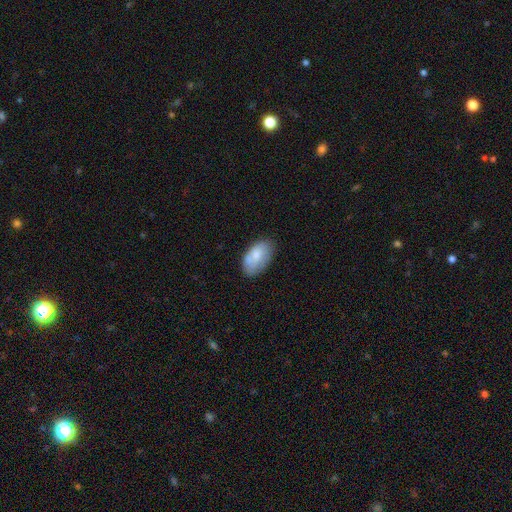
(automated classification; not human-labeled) A smooth galaxy with no disk features (74%) that is in between round and cigar-shaped (94%).

Vote fractions:
- Smooth or featured? smooth: 74% / featured or disk: 19% / star or artifact: 7%
- How rounded? in between: 94% / round: 4% / cigar-shaped: 2%
- Merging? none: 66% / minor disturbance: 23% / major disturbance: 5% / merger: 5%